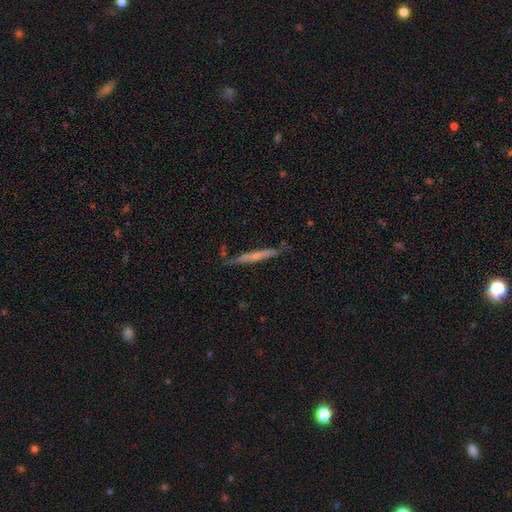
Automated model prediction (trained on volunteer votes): featured or disk 61%, smooth 33%, star or artifact 7%. Down the decision tree: edge-on disk — yes (95%); edge-on bulge — none (52%); merging — none (81%).